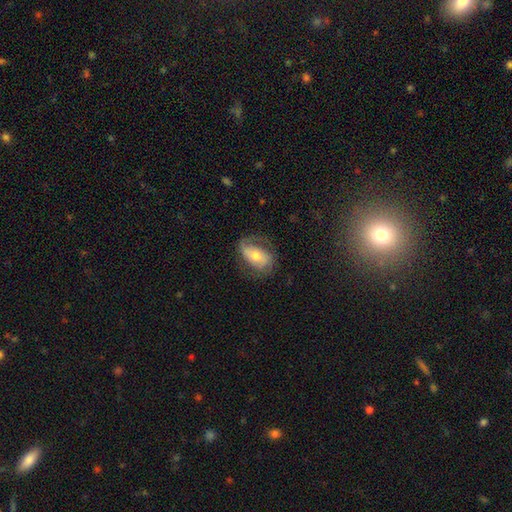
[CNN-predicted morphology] Smooth or featured? featured or disk (62%)
Edge-on disk? no (95%)
Bar? no (50%)
Spiral arms? yes (84%)
Bulge size? moderate (60%)
Merging? none (60%)